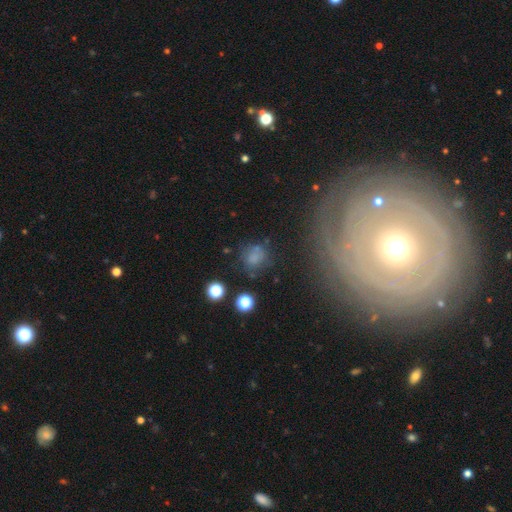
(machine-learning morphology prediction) Smooth or featured? Predicted: smooth (p=0.69). How rounded? Predicted: round (p=0.78). Merging? Predicted: none (p=0.62).